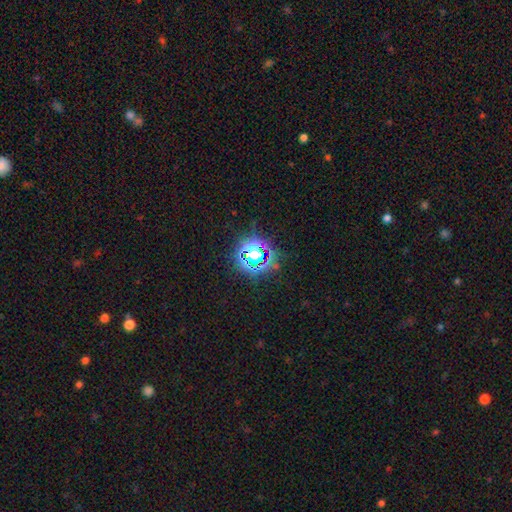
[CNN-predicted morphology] This appears to be a star or artifact, not a galaxy (74%).